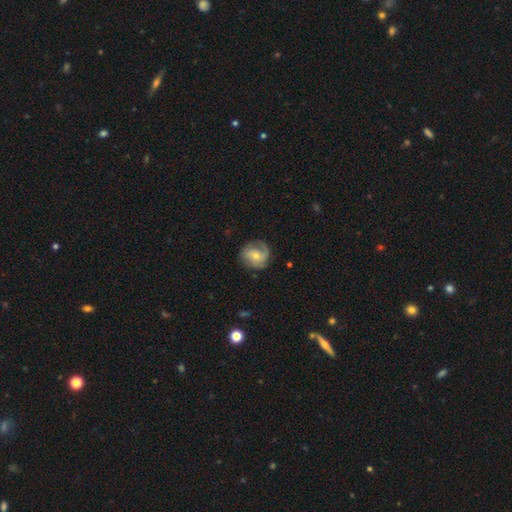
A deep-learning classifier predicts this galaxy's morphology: featured or disk 64%, smooth 29%, star or artifact 7%. Down the decision tree: edge-on disk — no (97%); bar — no (55%); spiral arms — yes (88%); spiral arm count — 2 (47%); spiral winding — tight (41%); bulge size — small (51%); merging — none (71%).